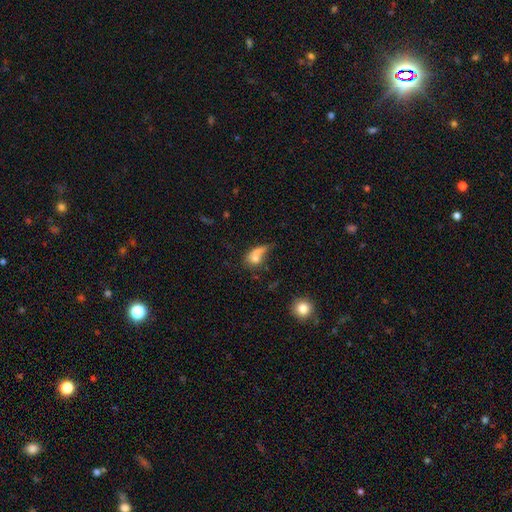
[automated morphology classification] smooth-or-featured: smooth: 68% | featured or disk: 20% | star or artifact: 12%
  how-rounded: in between: 56% | round: 34% | cigar-shaped: 10%
  merging: merger: 32% | none: 29% | major disturbance: 22% | minor disturbance: 17%